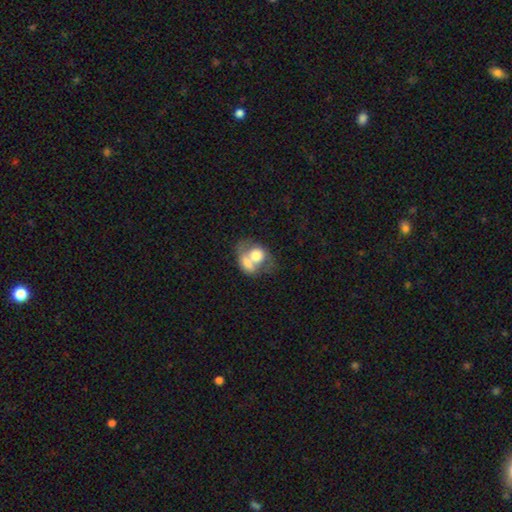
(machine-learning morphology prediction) smooth-or-featured: smooth: 64% | featured or disk: 29% | star or artifact: 7%
  how-rounded: in between: 52% | round: 46% | cigar-shaped: 1%
  merging: merger: 71% | none: 13% | major disturbance: 8% | minor disturbance: 7%